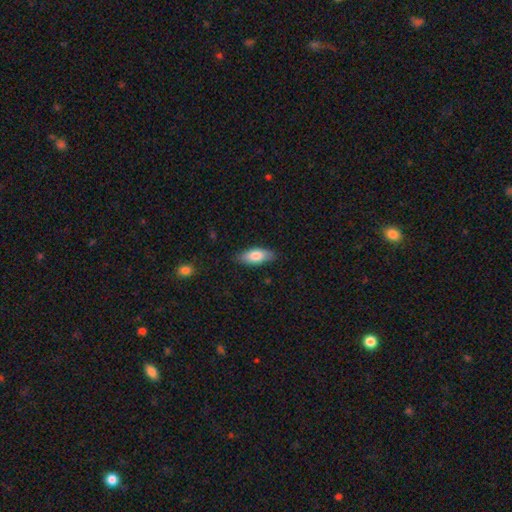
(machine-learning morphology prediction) Smooth or featured? Predicted: smooth (p=0.79). How rounded? Predicted: in between (p=0.83). Merging? Predicted: none (p=0.84).